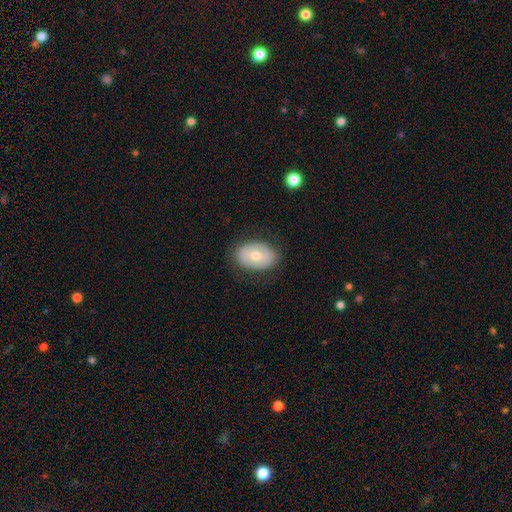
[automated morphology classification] Smooth or featured? smooth (63%)
How rounded? in between (84%)
Merging? none (81%)